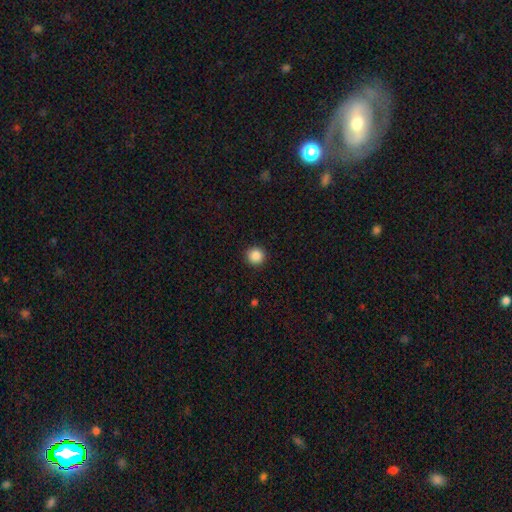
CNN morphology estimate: Q: Smooth or featured?
A: smooth (88%); runner-up: star or artifact (10%)
Q: How rounded?
A: round (95%); runner-up: in between (4%)
Q: Merging?
A: none (92%); runner-up: minor disturbance (5%)